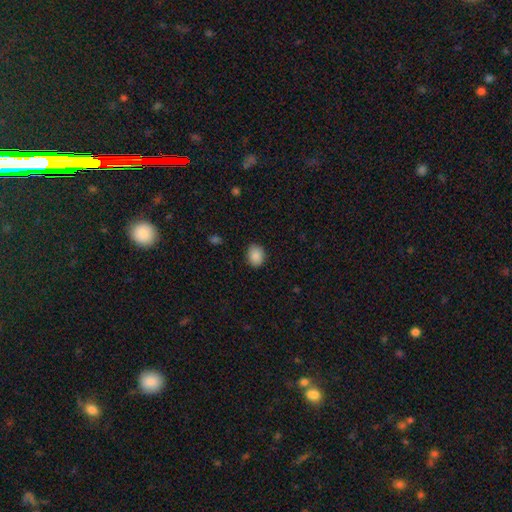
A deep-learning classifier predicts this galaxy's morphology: This is clearly a smooth galaxy (89%). How rounded: possibly round (52%). Merging: clearly none (86%).